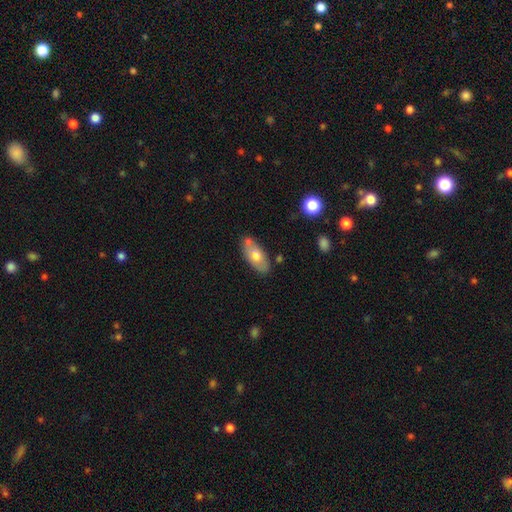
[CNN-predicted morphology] smooth 62%, featured or disk 32%, star or artifact 6%. Down the decision tree: how rounded — in between (89%); merging — none (67%).